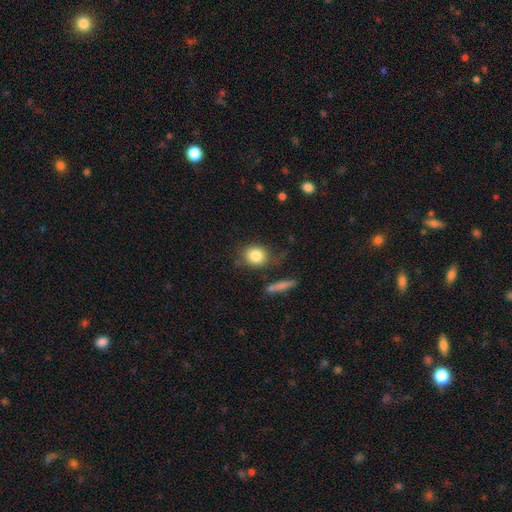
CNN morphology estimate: A smooth galaxy with no disk features (83%) that is round (70%). Merging: none (72%).